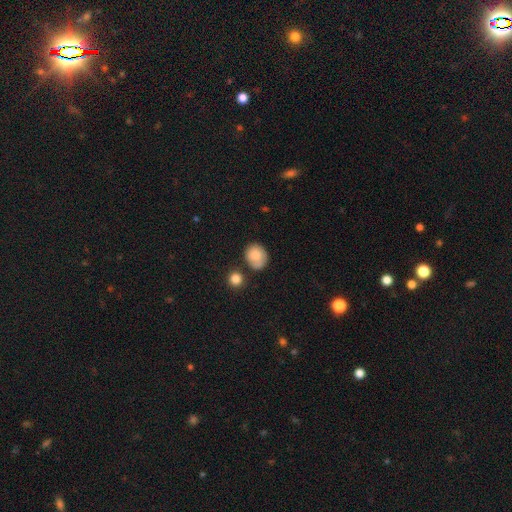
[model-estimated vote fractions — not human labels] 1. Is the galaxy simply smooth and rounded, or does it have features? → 80% smooth, 12% featured or disk, 8% star or artifact.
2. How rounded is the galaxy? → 64% round, 35% in between, 1% cigar-shaped.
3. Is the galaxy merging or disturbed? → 58% none, 24% minor disturbance, 11% merger, 7% major disturbance.